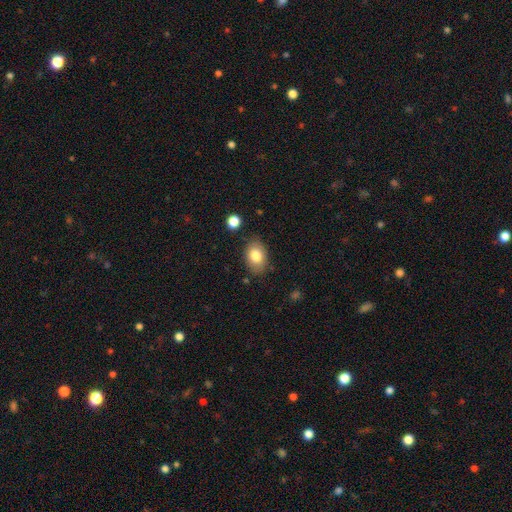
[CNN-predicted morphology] Smooth or featured? Predicted: smooth (p=0.81). How rounded? Predicted: in between (p=0.81). Merging? Predicted: none (p=0.82).